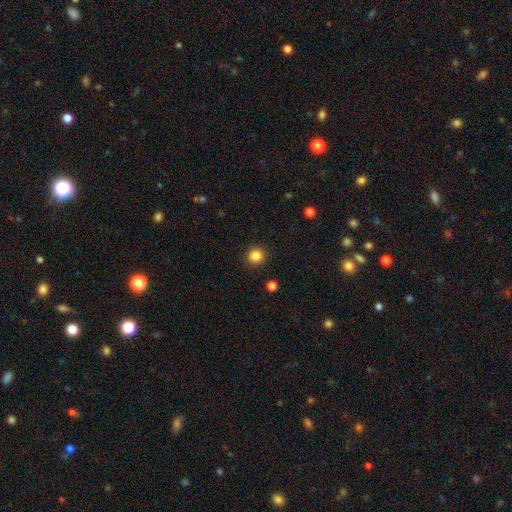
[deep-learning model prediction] This is clearly a smooth galaxy (85%). How rounded: clearly round (92%). Merging: clearly none (91%).